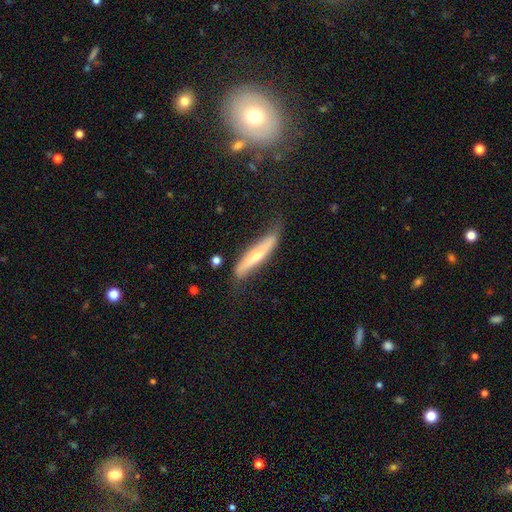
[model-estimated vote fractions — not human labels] smooth_or_featured: featured or disk (p=0.48) [alt: smooth p=0.47]
merging: none (p=0.64) [alt: minor disturbance p=0.27]